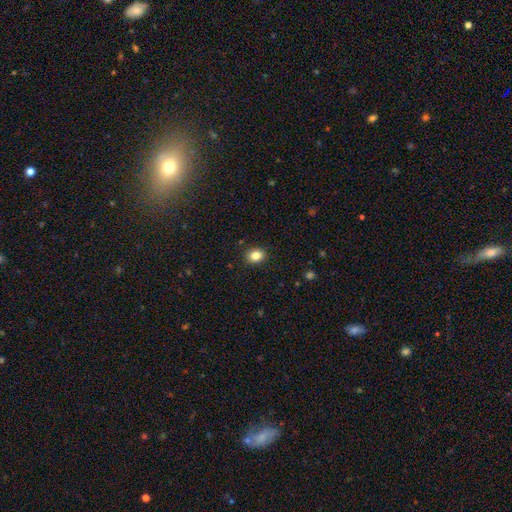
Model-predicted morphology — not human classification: A smooth galaxy with no disk features (84%) that is round (51%).

Vote fractions:
- Smooth or featured? smooth: 84% / star or artifact: 10% / featured or disk: 6%
- How rounded? round: 51% / in between: 48% / cigar-shaped: 1%
- Merging? none: 89% / minor disturbance: 8% / major disturbance: 2% / merger: 1%